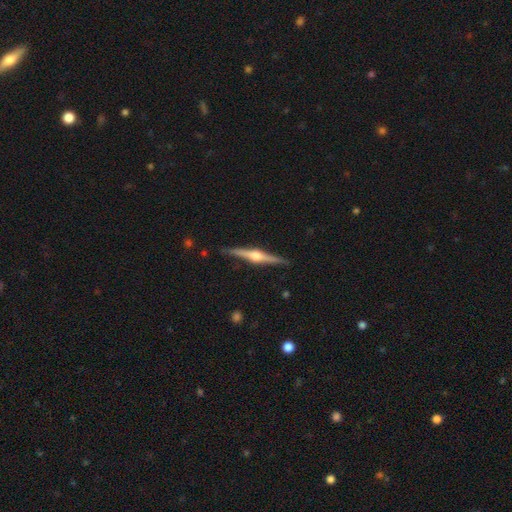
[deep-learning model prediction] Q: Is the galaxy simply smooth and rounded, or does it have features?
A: featured or disk — 82%.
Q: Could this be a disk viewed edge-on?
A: yes — 99%.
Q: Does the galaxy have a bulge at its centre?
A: rounded — 93%.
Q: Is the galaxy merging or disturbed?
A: none — 90%.